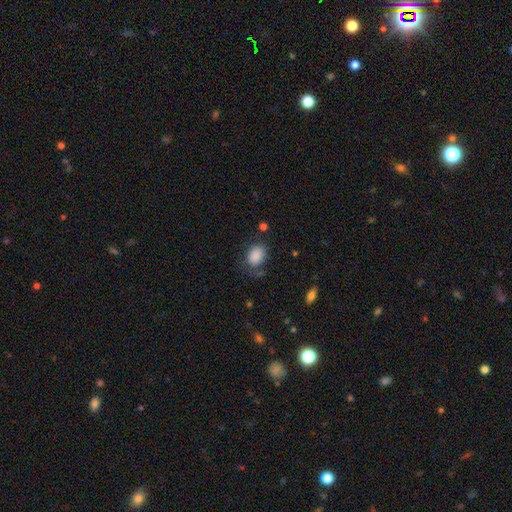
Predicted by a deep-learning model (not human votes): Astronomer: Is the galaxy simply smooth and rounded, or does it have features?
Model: smooth — 86%.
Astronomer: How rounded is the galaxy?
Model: in between — 67%.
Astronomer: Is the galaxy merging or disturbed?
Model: none — 65%.